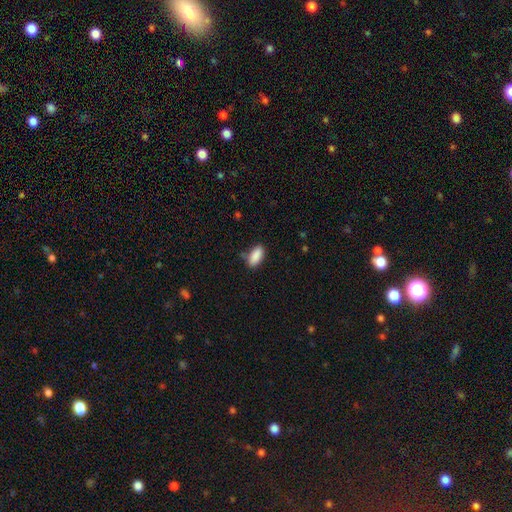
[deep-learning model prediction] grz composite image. It shows a smooth galaxy with no disk features (90%) that is in between round and cigar-shaped (87%). Merging: none (81%).